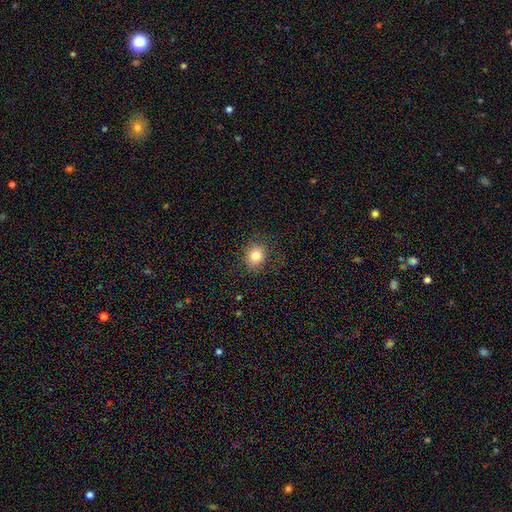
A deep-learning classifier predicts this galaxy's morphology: This is clearly a smooth galaxy (82%). How rounded: likely round (72%). Merging: clearly none (84%).